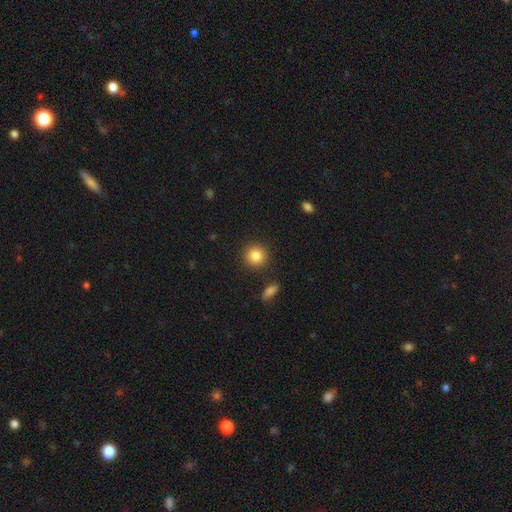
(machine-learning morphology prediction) smooth_or_featured: smooth (p=0.85) [alt: star or artifact p=0.09]
how_rounded: round (p=0.91) [alt: in between p=0.08]
merging: none (p=0.89) [alt: minor disturbance p=0.06]